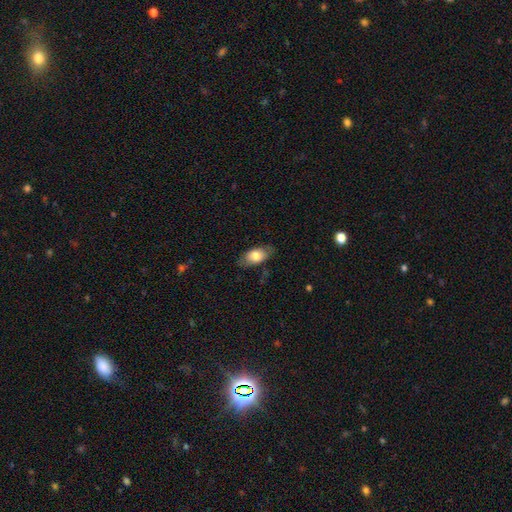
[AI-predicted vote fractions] smooth_or_featured: smooth (p=0.72) [alt: featured or disk p=0.21]
how_rounded: in between (p=0.89) [alt: round p=0.06]
merging: none (p=0.77) [alt: minor disturbance p=0.17]